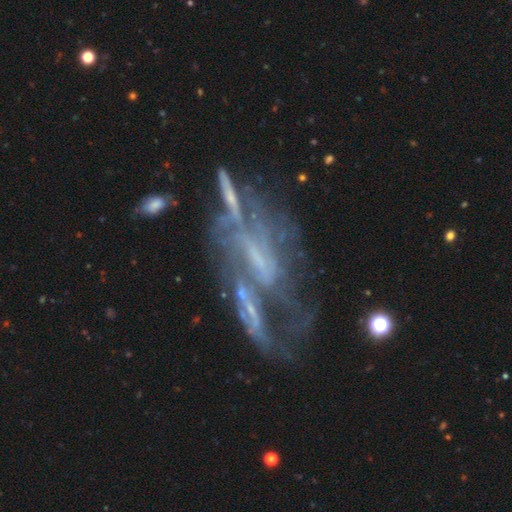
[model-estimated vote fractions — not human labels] Smooth or featured? Predicted: featured or disk (p=0.72). Edge-on disk? Predicted: no (p=0.86). Bar? Predicted: no (p=0.50). Spiral arms? Predicted: no (p=0.53). Bulge size? Predicted: none (p=0.50). Merging? Predicted: none (p=0.38).